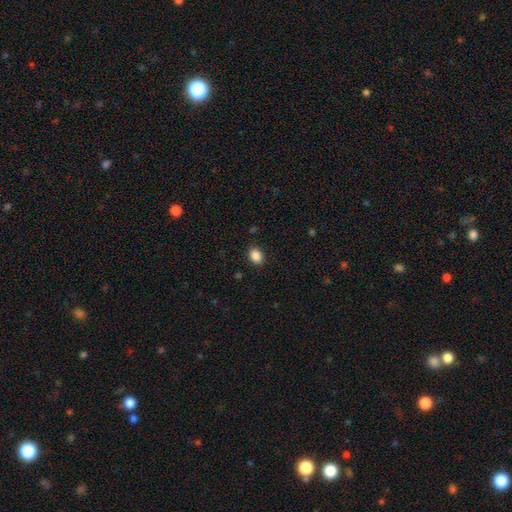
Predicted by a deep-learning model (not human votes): Overall: smooth (87%). How rounded: in between (56%; round 43%). Merging: none (89%).